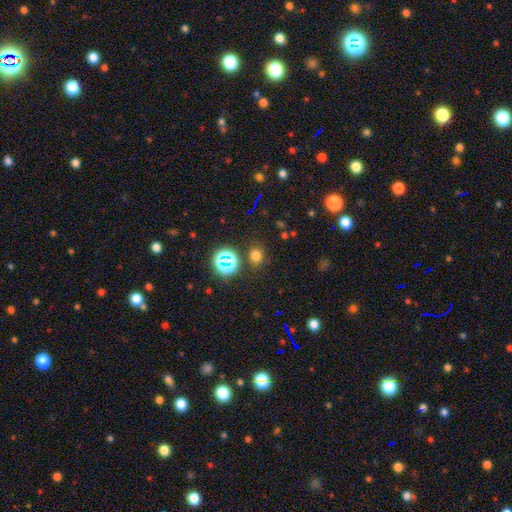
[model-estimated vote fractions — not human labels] A smooth galaxy with no disk features (67%) that is round (79%).

Vote fractions:
- Smooth or featured? smooth: 67% / star or artifact: 28% / featured or disk: 6%
- How rounded? round: 79% / in between: 20% / cigar-shaped: 1%
- Merging? none: 83% / minor disturbance: 9% / merger: 4% / major disturbance: 4%